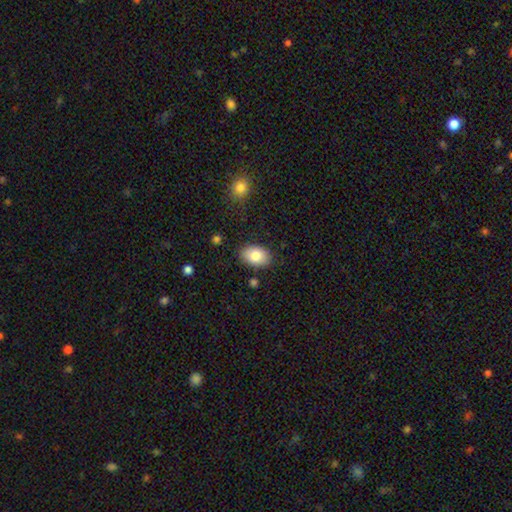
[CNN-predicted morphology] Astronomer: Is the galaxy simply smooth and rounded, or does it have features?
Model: smooth — 82%.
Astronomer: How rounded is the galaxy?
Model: in between — 86%.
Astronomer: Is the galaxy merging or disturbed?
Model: none — 85%.